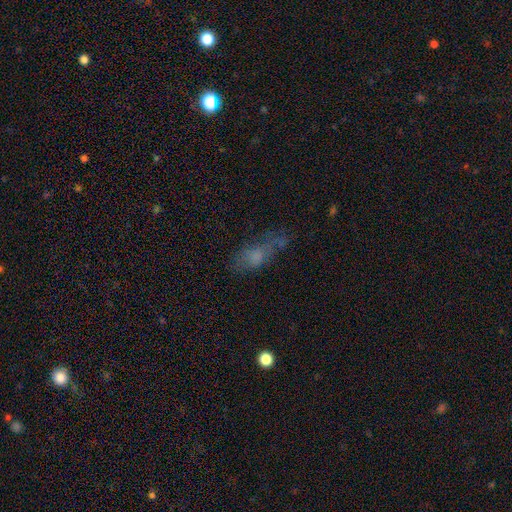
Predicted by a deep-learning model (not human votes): smooth_or_featured: smooth (p=0.61) [alt: featured or disk p=0.25]
how_rounded: in between (p=0.65) [alt: cigar-shaped p=0.29]
merging: none (p=0.45) [alt: minor disturbance p=0.26]